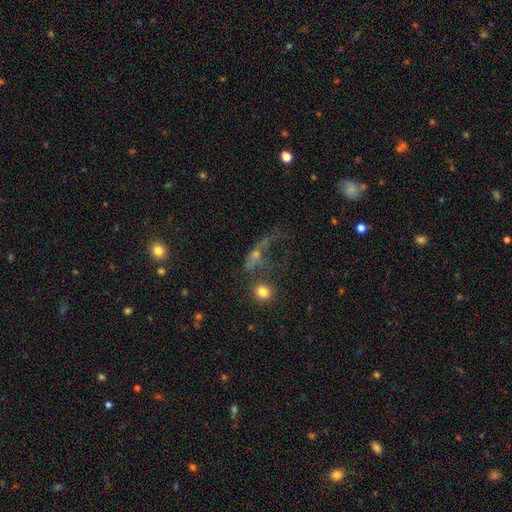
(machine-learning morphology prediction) smooth_or_featured: smooth (p=0.39) [alt: featured or disk p=0.38]
merging: major disturbance (p=0.43) [alt: none p=0.27]